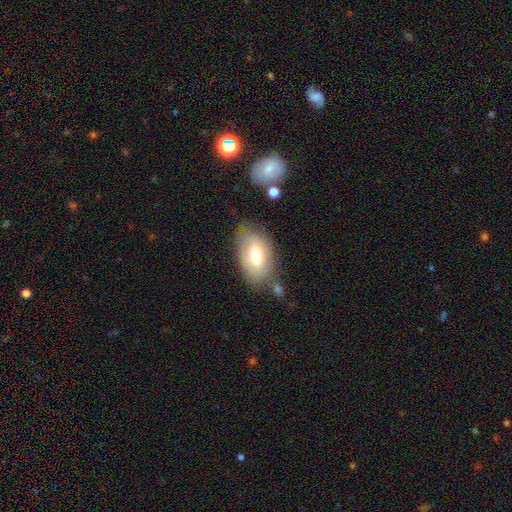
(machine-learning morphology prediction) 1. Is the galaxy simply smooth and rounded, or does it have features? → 65% smooth, 27% featured or disk, 7% star or artifact.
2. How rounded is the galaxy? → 92% in between, 6% round, 2% cigar-shaped.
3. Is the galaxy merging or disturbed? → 66% none, 21% minor disturbance, 7% merger, 6% major disturbance.